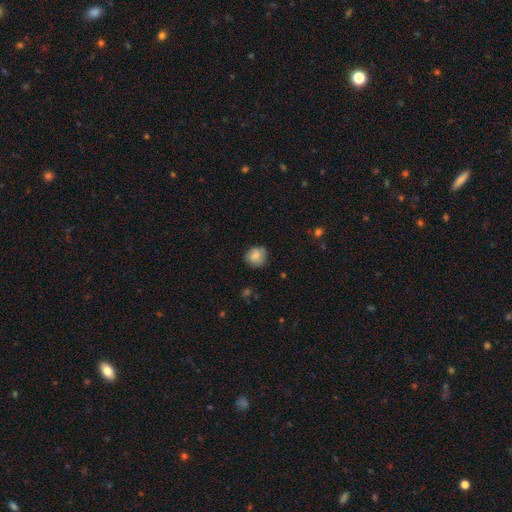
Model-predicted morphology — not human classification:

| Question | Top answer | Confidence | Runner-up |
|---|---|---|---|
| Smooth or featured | smooth | 79% | featured or disk (12%) |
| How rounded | round | 80% | in between (19%) |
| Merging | none | 73% | minor disturbance (20%) |